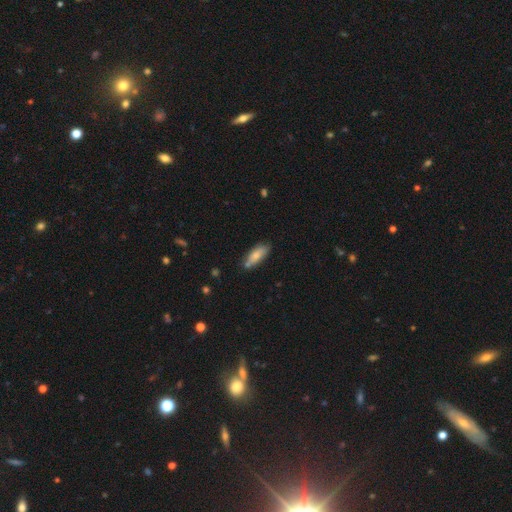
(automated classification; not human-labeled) A smooth galaxy with no disk features (76%) that is in between round and cigar-shaped (68%). Merging: none (67%).